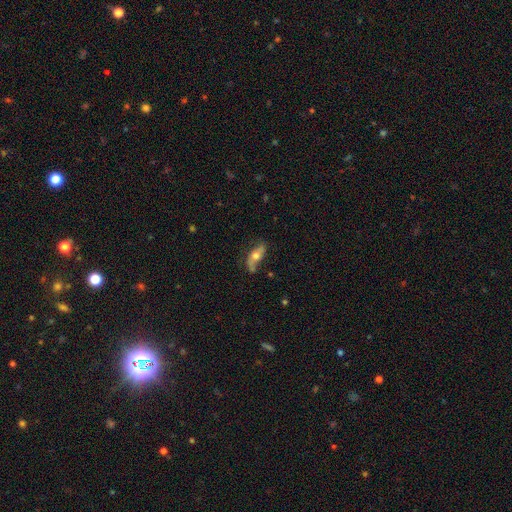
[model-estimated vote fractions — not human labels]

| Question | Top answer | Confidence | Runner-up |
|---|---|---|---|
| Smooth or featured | featured or disk | 51% | smooth (42%) |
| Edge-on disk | no | 72% | yes (28%) |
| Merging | none | 56% | minor disturbance (27%) |